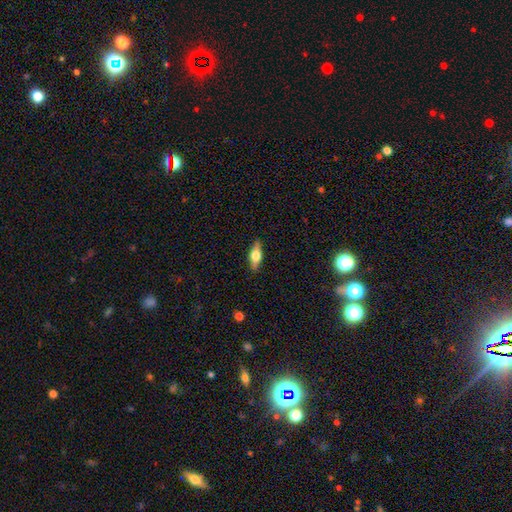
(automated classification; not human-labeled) The model was most divided on "smooth or featured": smooth: 50%, featured or disk: 43%, star or artifact: 7%. More confident: merging — none (88%); how rounded — in between (62%).